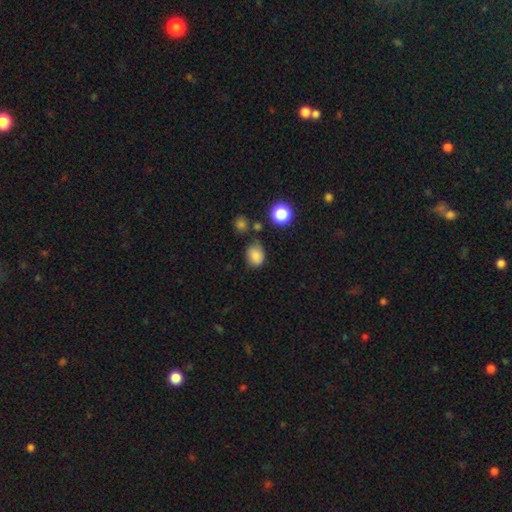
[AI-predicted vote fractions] The model was most divided on "how rounded": in between: 59%, round: 40%, cigar-shaped: 1%. More confident: smooth or featured — smooth (82%); merging — none (64%).